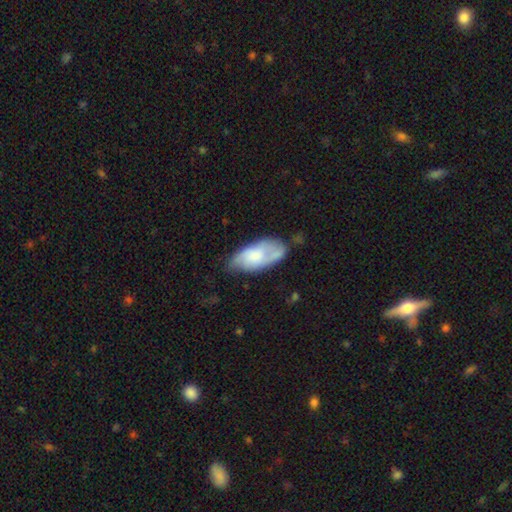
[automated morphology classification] This is possibly a smooth galaxy (54%). How rounded: clearly in between (91%). Merging: possibly none (51%).